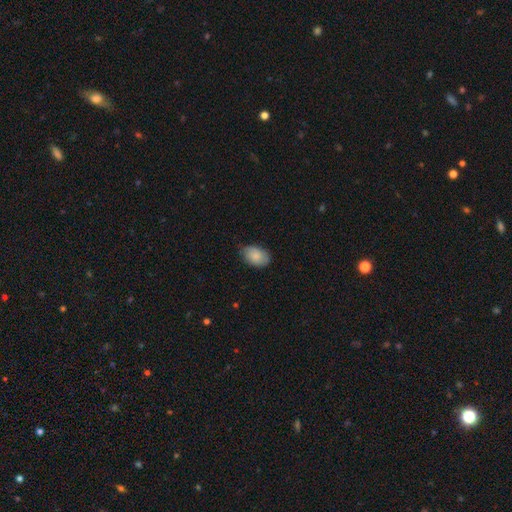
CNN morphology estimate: Smooth or featured? Predicted: smooth (p=0.81). How rounded? Predicted: in between (p=0.86). Merging? Predicted: none (p=0.70).